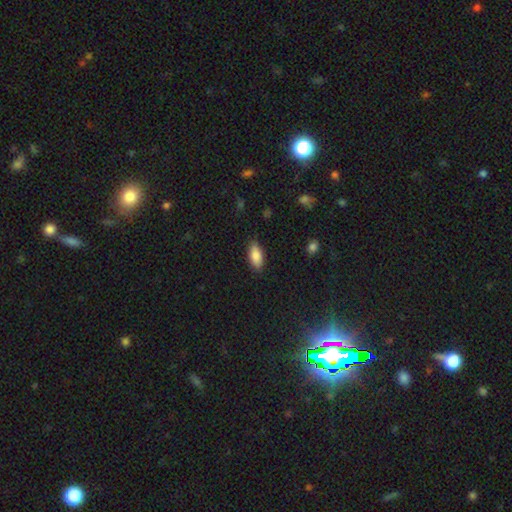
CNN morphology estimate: Smooth or featured: smooth — 85% (featured or disk — 8%)
How rounded: in between — 86% (cigar-shaped — 12%)
Merging: none — 84% (minor disturbance — 12%)